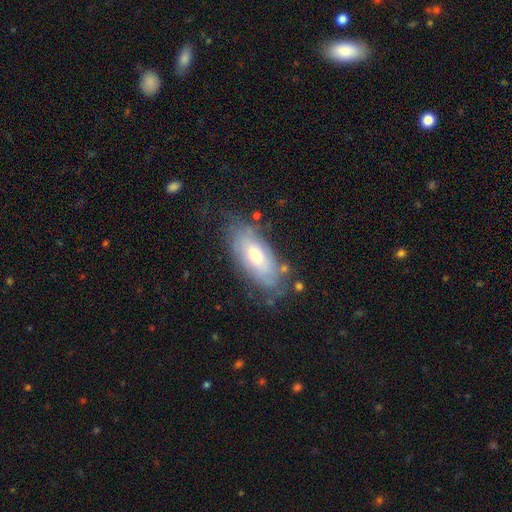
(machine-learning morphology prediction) Smooth or featured: featured or disk — 46% (smooth — 44%)
Merging: none — 71% (minor disturbance — 20%)